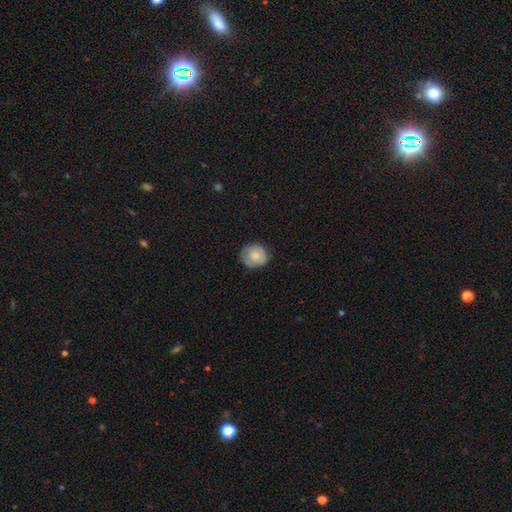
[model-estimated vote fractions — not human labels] Smooth or featured: smooth — 72% (featured or disk — 21%)
How rounded: round — 80% (in between — 19%)
Merging: none — 73% (minor disturbance — 22%)